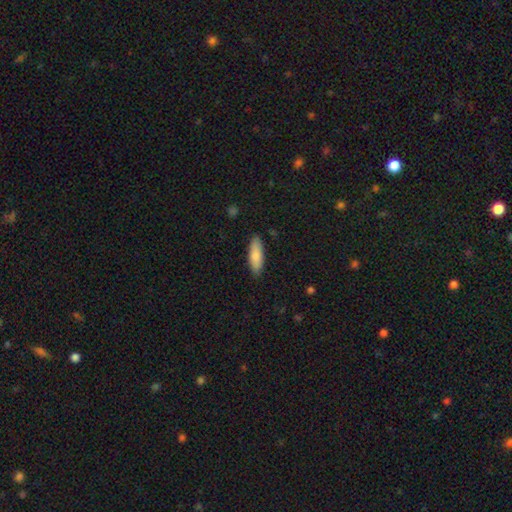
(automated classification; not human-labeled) Smooth or featured?
  - smooth: 83% *
  - featured or disk: 12%
  - star or artifact: 6%
How rounded?
  - in between: 55% *
  - cigar-shaped: 43%
  - round: 2%
Merging?
  - none: 87% *
  - minor disturbance: 10%
  - major disturbance: 2%
  - merger: 1%